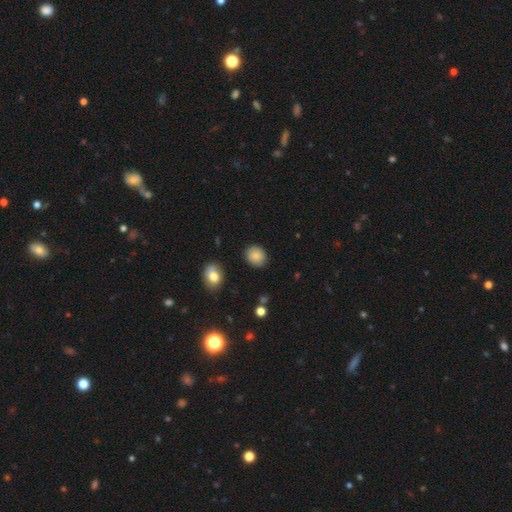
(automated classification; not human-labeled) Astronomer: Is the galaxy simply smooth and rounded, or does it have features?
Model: smooth — 86%.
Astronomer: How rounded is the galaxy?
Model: round — 63%.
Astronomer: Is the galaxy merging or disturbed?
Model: none — 87%.